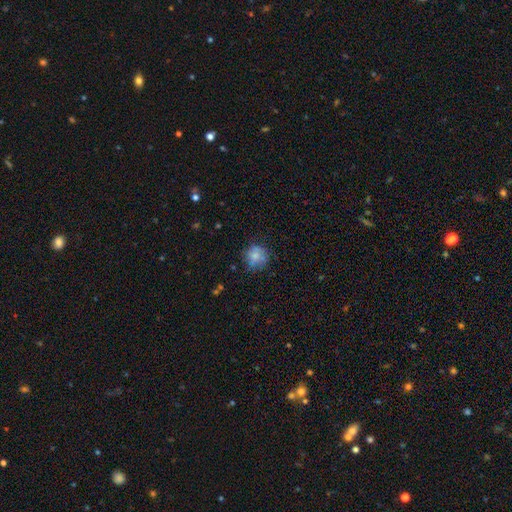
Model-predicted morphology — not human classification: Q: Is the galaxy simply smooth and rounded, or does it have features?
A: smooth — 76%.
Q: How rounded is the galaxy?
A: round — 87%.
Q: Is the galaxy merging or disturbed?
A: none — 71%.